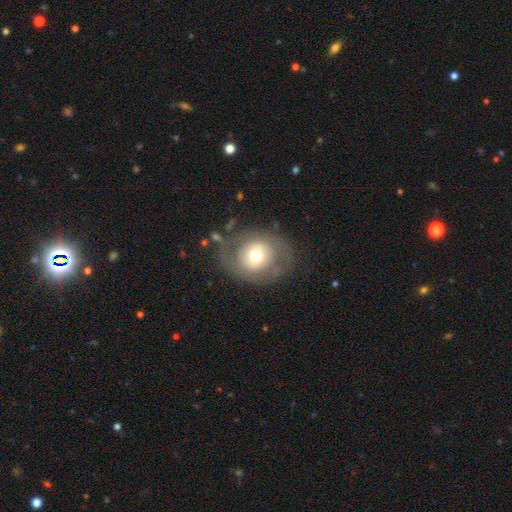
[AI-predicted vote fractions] This appears to be a smooth galaxy with no disk features (53%) that is round (66%). Merging: none (70%).